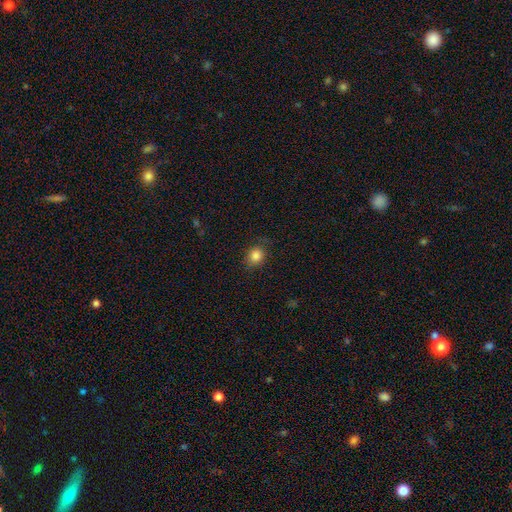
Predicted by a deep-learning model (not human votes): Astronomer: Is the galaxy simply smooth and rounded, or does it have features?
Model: smooth — 84%.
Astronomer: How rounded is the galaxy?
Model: round — 68%.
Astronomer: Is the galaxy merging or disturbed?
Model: none — 81%.